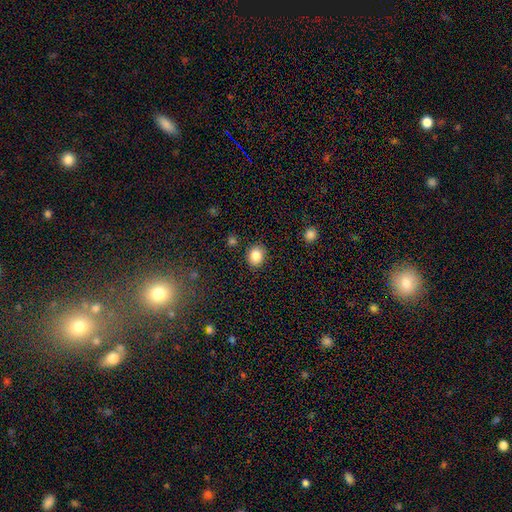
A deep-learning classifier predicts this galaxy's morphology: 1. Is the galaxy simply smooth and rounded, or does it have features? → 85% smooth, 10% star or artifact, 5% featured or disk.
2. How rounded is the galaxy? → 63% round, 36% in between, 1% cigar-shaped.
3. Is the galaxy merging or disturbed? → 86% none, 9% minor disturbance, 2% merger, 2% major disturbance.